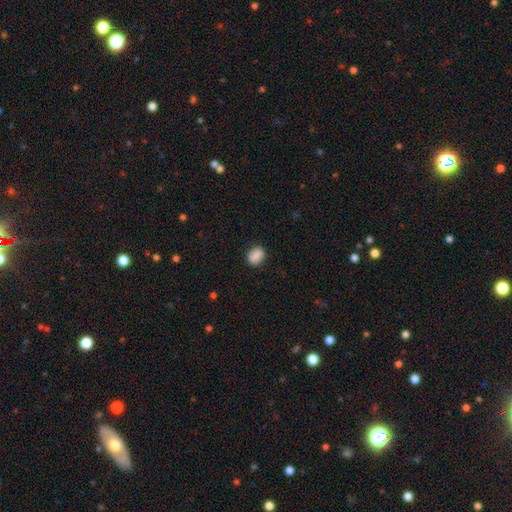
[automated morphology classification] A smooth galaxy with no disk features (88%) that is in between round and cigar-shaped (61%).

Vote fractions:
- Smooth or featured? smooth: 88% / star or artifact: 8% / featured or disk: 4%
- How rounded? in between: 61% / round: 38% / cigar-shaped: 1%
- Merging? none: 85% / minor disturbance: 11% / major disturbance: 3% / merger: 1%